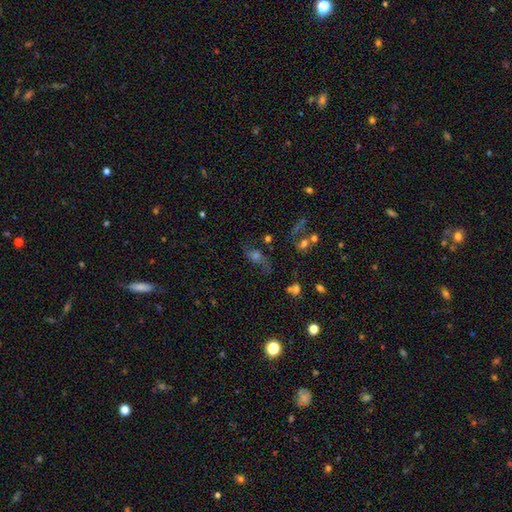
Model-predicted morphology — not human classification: Smooth or featured?
  - featured or disk: 46% *
  - star or artifact: 27%
  - smooth: 26%
Merging?
  - none: 57% *
  - minor disturbance: 19%
  - major disturbance: 18%
  - merger: 6%